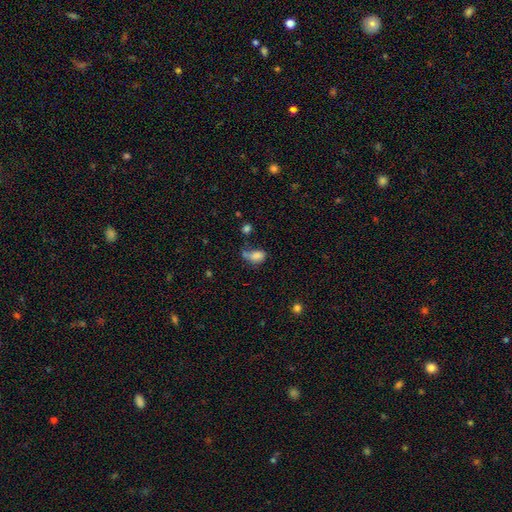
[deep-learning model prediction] A smooth galaxy with no disk features (74%) that is in between round and cigar-shaped (83%).

Vote fractions:
- Smooth or featured? smooth: 74% / featured or disk: 14% / star or artifact: 12%
- How rounded? in between: 83% / round: 14% / cigar-shaped: 2%
- Merging? none: 30% / major disturbance: 26% / minor disturbance: 25% / merger: 18%